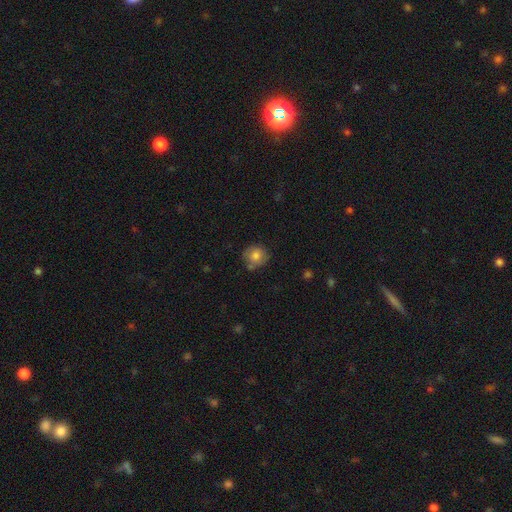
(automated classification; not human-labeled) Morphology: type=smooth (79%); roundness=round (87%); merging=none (73%).